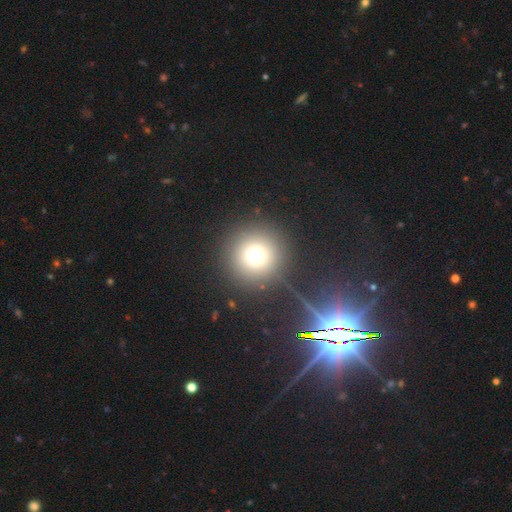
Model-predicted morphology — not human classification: Smooth or featured?
  - smooth: 68% *
  - star or artifact: 22%
  - featured or disk: 10%
How rounded?
  - round: 96% *
  - in between: 3%
  - cigar-shaped: 1%
Merging?
  - none: 87% *
  - minor disturbance: 6%
  - major disturbance: 4%
  - merger: 3%